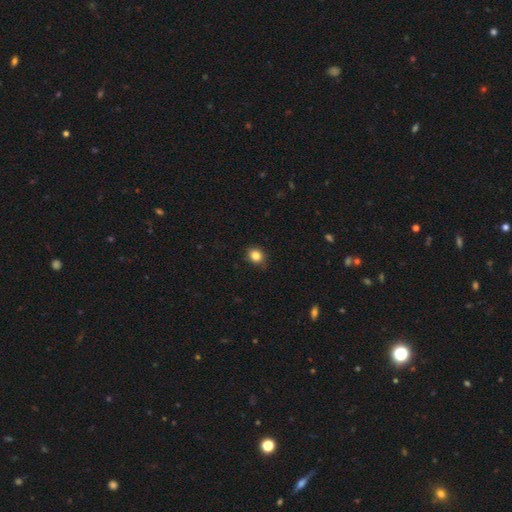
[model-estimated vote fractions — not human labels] Smooth or featured? smooth (85%)
How rounded? round (61%)
Merging? none (84%)